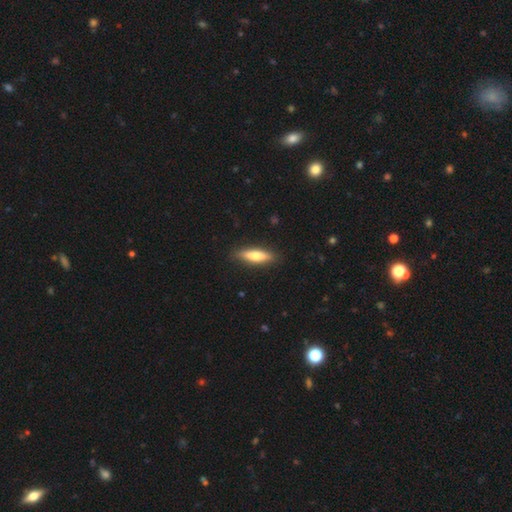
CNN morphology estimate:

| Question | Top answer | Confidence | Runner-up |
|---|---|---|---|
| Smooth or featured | smooth | 68% | featured or disk (26%) |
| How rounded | cigar-shaped | 64% | in between (34%) |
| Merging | none | 88% | minor disturbance (9%) |